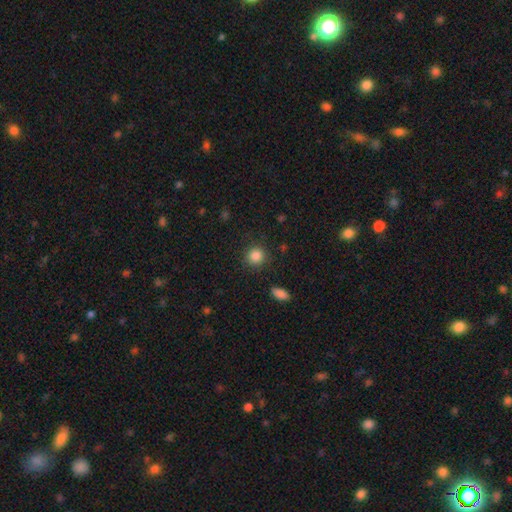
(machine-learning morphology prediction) A smooth galaxy with no disk features (86%) that is round (88%). Merging: none (86%).